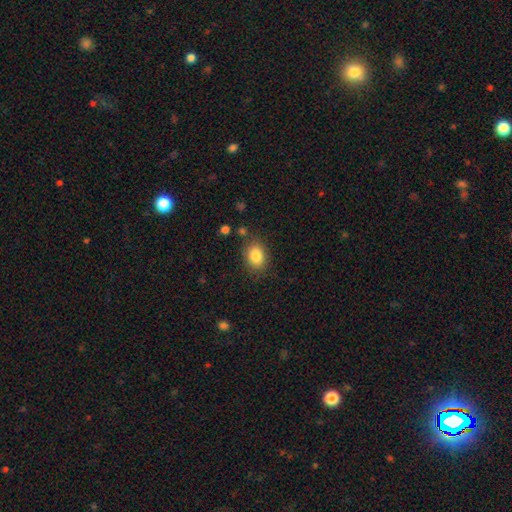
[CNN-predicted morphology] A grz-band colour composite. It shows a smooth galaxy with no disk features (84%) that is in between round and cigar-shaped (65%). Merging: none (82%).